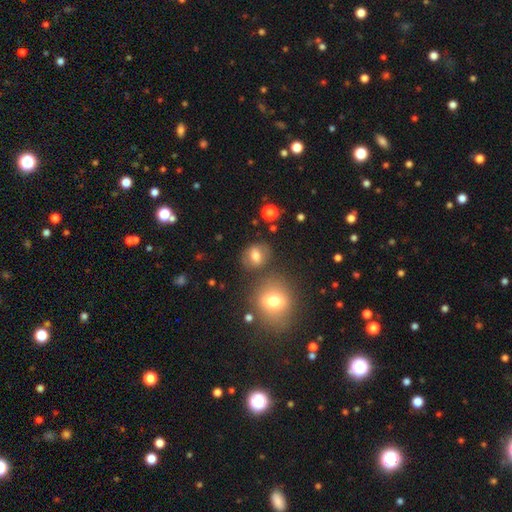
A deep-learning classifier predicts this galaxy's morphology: smooth-or-featured: smooth: 72% | featured or disk: 16% | star or artifact: 12%
  how-rounded: round: 53% | in between: 46% | cigar-shaped: 2%
  merging: none: 71% | minor disturbance: 13% | merger: 10% | major disturbance: 5%